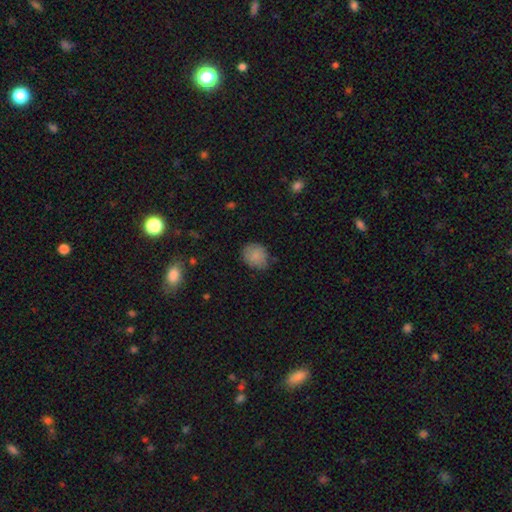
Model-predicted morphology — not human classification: This is clearly a smooth galaxy (84%). How rounded: likely round (69%). Merging: likely none (75%).